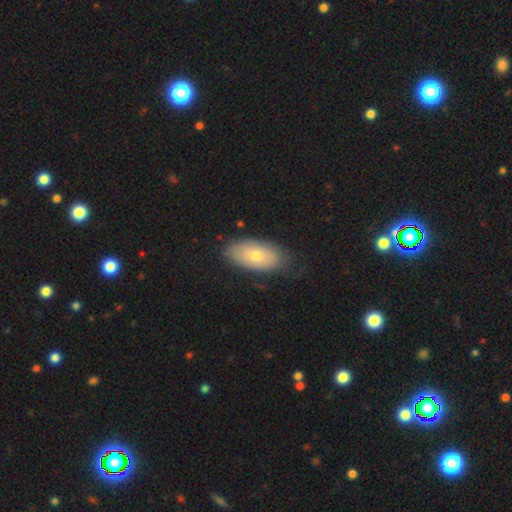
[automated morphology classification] smooth_or_featured: smooth (p=0.69) [alt: featured or disk p=0.25]
how_rounded: in between (p=0.93) [alt: cigar-shaped p=0.04]
merging: none (p=0.73) [alt: minor disturbance p=0.20]